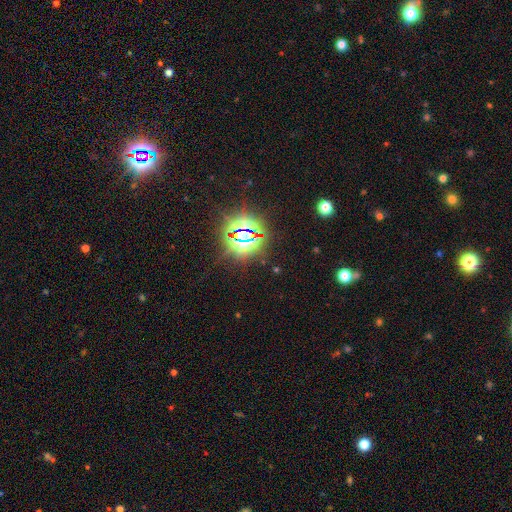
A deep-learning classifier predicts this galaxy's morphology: type=star or artifact (82%).